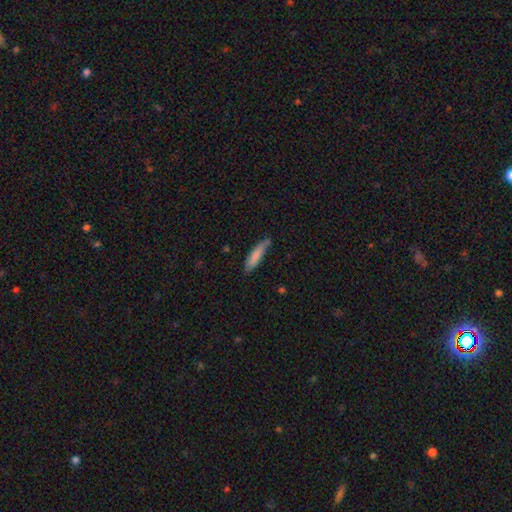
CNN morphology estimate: smooth 80%, featured or disk 14%, star or artifact 6%. Down the decision tree: how rounded — cigar-shaped (79%); merging — none (69%).